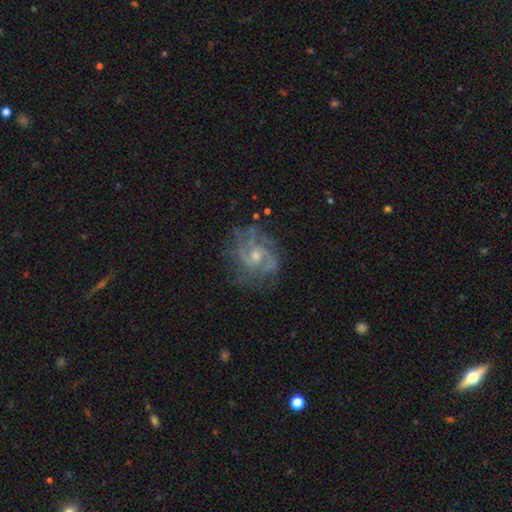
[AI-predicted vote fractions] Smooth or featured? Predicted: featured or disk (p=0.82). Edge-on disk? Predicted: no (p=0.98). Bar? Predicted: no (p=0.67). Spiral arms? Predicted: yes (p=0.90). Spiral winding? Predicted: medium (p=0.45). Spiral arm count? Predicted: 2 (p=0.36). Bulge size? Predicted: moderate (p=0.49). Merging? Predicted: none (p=0.67).